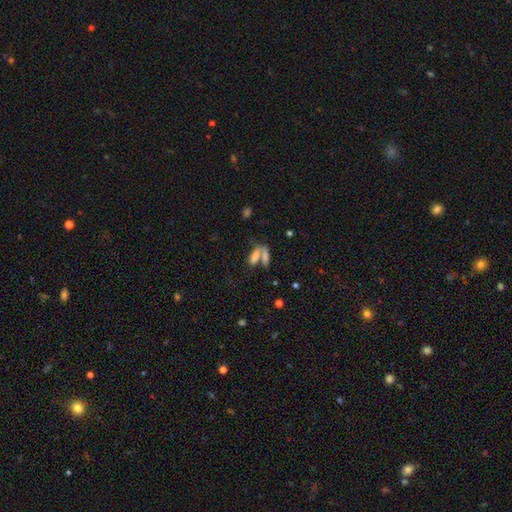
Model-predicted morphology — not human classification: A smooth galaxy with no disk features (72%) that is in between round and cigar-shaped (58%).

Vote fractions:
- Smooth or featured? smooth: 72% / featured or disk: 16% / star or artifact: 11%
- How rounded? in between: 58% / cigar-shaped: 37% / round: 5%
- Merging? merger: 51% / none: 35% / minor disturbance: 9% / major disturbance: 6%